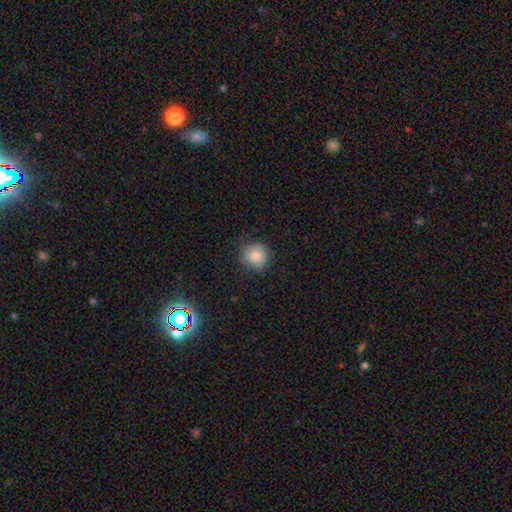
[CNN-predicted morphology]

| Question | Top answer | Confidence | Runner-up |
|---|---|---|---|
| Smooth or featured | smooth | 83% | star or artifact (10%) |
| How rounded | round | 91% | in between (8%) |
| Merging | none | 83% | minor disturbance (13%) |